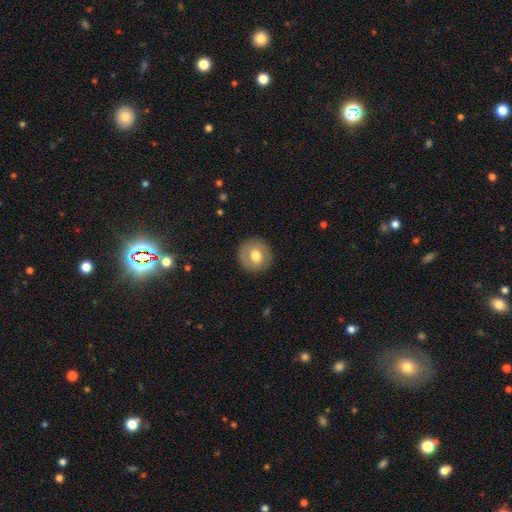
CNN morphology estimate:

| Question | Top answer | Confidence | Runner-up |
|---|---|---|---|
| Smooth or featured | smooth | 65% | featured or disk (28%) |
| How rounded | round | 92% | in between (7%) |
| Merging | none | 89% | minor disturbance (8%) |